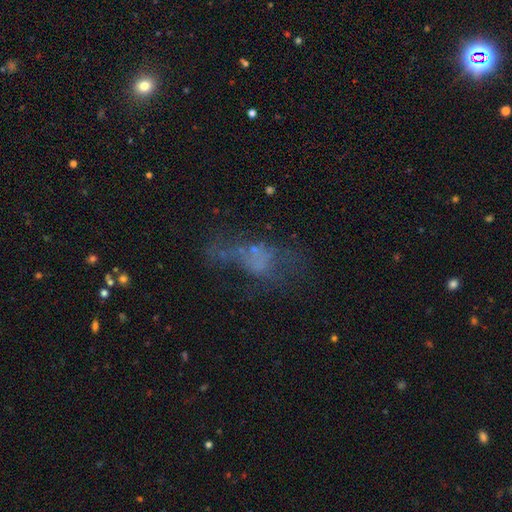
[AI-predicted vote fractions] This is marginally a featured or disk galaxy (39%). Merging: marginally major disturbance (38%).